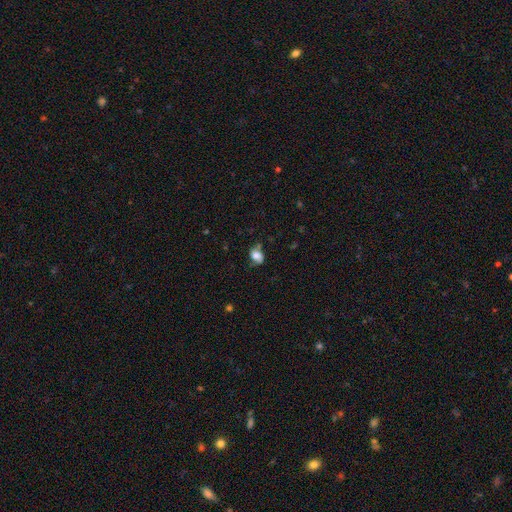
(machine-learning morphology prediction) This appears to be a smooth galaxy with no disk features (62%) that is in between round and cigar-shaped (65%). Merging: none (52%).